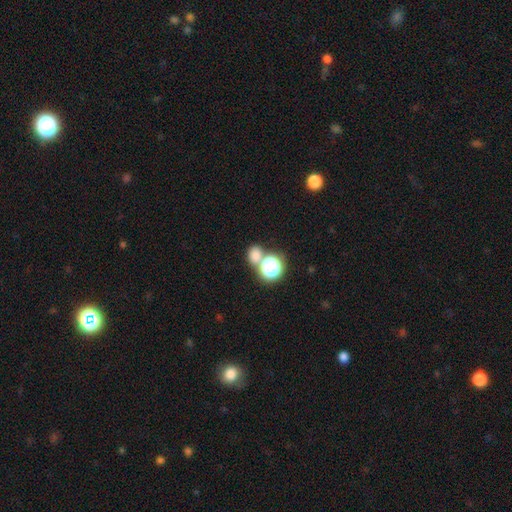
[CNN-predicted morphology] The model was most divided on "merging": none: 56%, merger: 32%, minor disturbance: 9%, major disturbance: 4%. More confident: smooth or featured — smooth (70%); how rounded — round (68%).